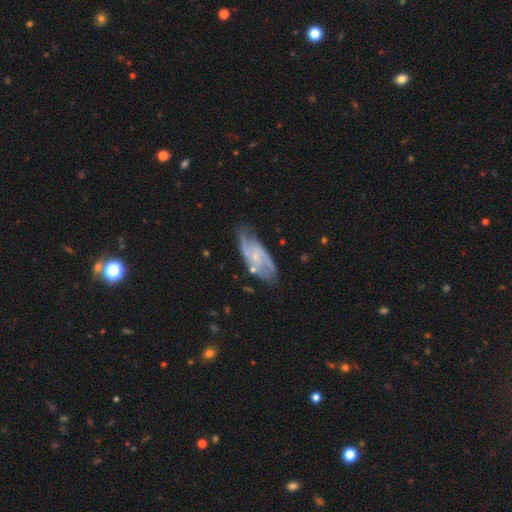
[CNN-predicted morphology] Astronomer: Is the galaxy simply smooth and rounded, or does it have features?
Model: featured or disk — 75%.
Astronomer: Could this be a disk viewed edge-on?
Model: no — 92%.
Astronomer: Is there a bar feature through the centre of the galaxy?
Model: no — 56% (runner-up: weak, 35%).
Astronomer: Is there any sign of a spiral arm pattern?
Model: yes — 89%.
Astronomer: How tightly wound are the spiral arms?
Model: medium — 46% (runner-up: loose, 30%).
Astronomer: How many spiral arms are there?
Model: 2 — 67%.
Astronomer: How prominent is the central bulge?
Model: small — 61%.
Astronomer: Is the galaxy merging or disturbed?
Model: none — 61%.